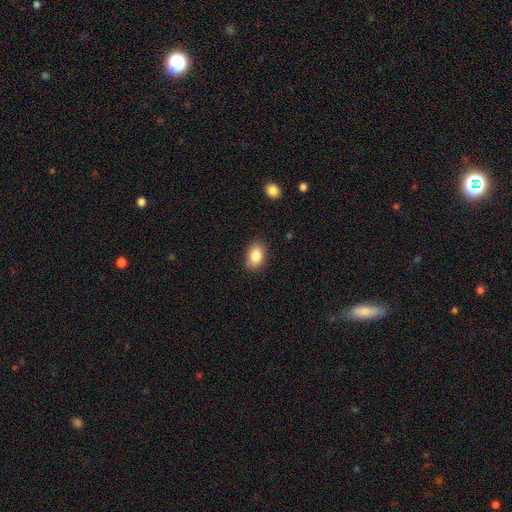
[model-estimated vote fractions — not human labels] smooth_or_featured: smooth (p=0.84) [alt: star or artifact p=0.08]
how_rounded: in between (p=0.83) [alt: round p=0.15]
merging: none (p=0.86) [alt: minor disturbance p=0.10]